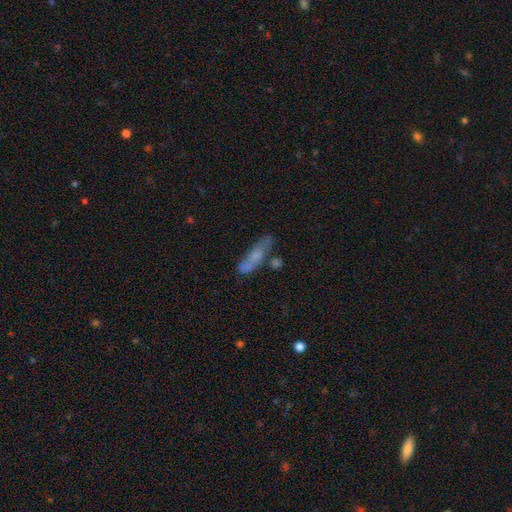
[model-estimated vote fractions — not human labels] This is possibly a smooth galaxy (57%). How rounded: possibly cigar-shaped (60%). Merging: possibly none (47%).